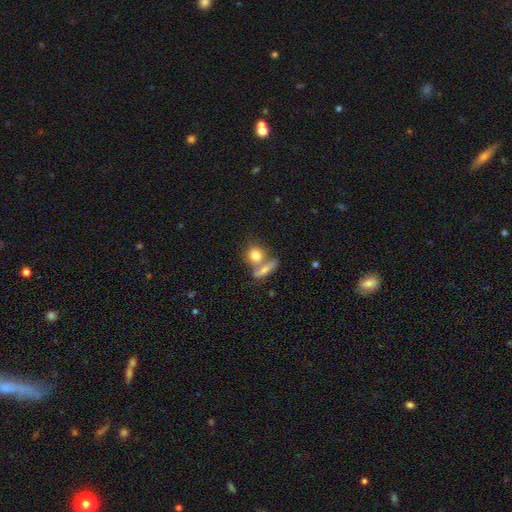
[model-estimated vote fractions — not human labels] Morphology: type=smooth (79%); roundness=round (57%); merging=none (43%, tied with merger).